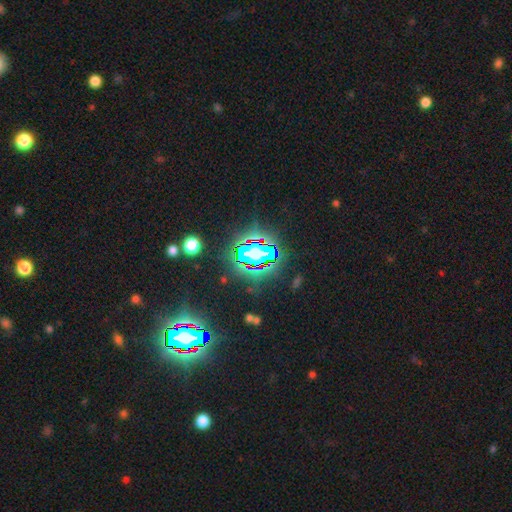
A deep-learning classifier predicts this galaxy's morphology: A star or artifact, not a galaxy (83%).

Vote fractions:
- Smooth or featured? star or artifact: 83% / smooth: 10% / featured or disk: 8%